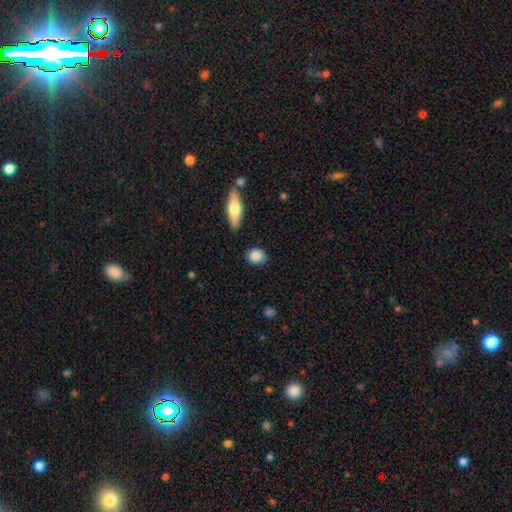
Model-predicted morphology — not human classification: Smooth or featured? smooth (86%)
How rounded? round (64%)
Merging? none (86%)